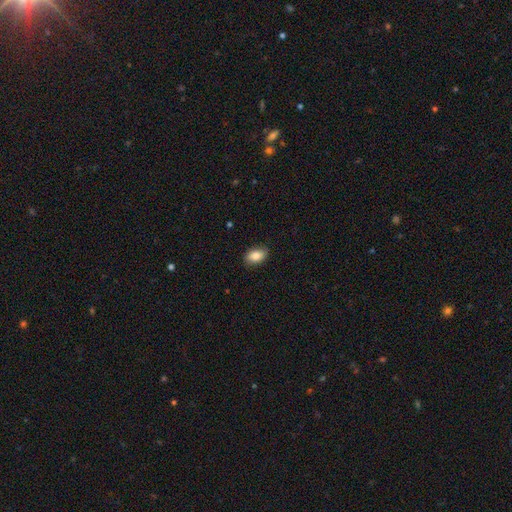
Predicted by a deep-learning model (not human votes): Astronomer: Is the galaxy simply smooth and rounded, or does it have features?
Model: smooth — 85%.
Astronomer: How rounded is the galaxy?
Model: in between — 89%.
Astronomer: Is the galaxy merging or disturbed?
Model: none — 86%.